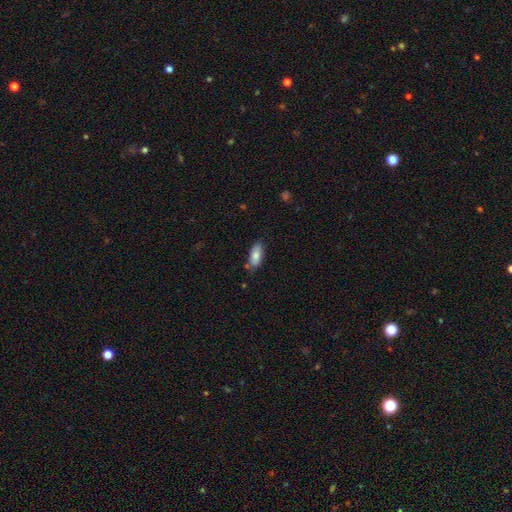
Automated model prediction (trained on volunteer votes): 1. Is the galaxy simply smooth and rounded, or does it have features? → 81% smooth, 12% featured or disk, 7% star or artifact.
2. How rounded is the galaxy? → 84% in between, 14% cigar-shaped, 2% round.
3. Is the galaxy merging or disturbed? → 74% none, 18% minor disturbance, 4% merger, 3% major disturbance.